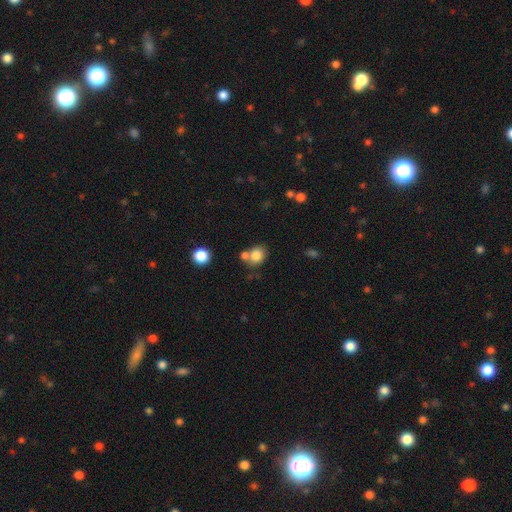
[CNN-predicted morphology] type=smooth (82%); roundness=round (68%); merging=none (55%).